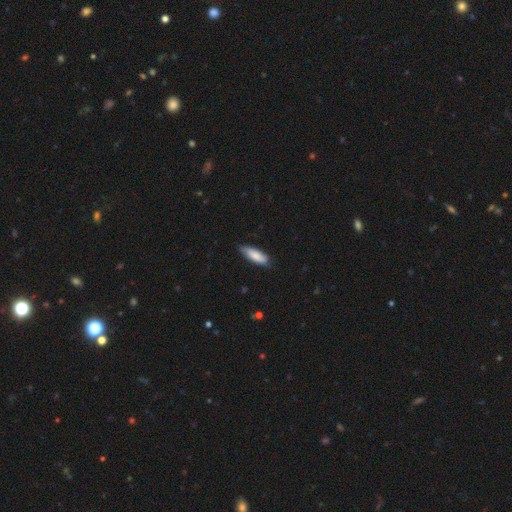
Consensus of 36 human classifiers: Smooth or featured? smooth (78%)
How rounded? in between (64%)
Merging? none (69%)